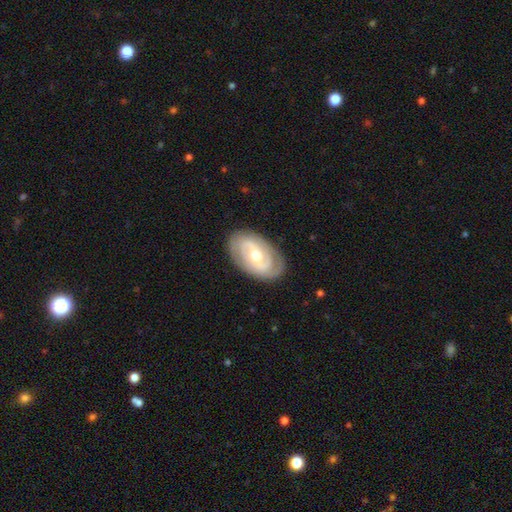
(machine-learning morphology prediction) A featured or disk galaxy (81%) with no bar (40%, tied with weak), 2 (63%) tight (62%) spiral arms (85%) and a moderate central bulge (69%).

Vote fractions:
- Smooth or featured? featured or disk: 81% / smooth: 15% / star or artifact: 5%
- Edge-on disk? no: 95% / yes: 5%
- Bar? no: 40% (tied) / weak: 40% (tied) / strong: 20%
- Spiral arms? yes: 85% / no: 15%
- Spiral winding? tight: 62% / medium: 29% / loose: 9%
- Spiral arm count? 2: 63% / can't tell: 21% / 3: 8% / 1: 3% / 4: 2% / more than 4: 2%
- Bulge size? moderate: 69% / small: 25% / large: 4% / dominant: 1% / none: 1%
- Merging? none: 83% / minor disturbance: 12% / major disturbance: 4% / merger: 1%